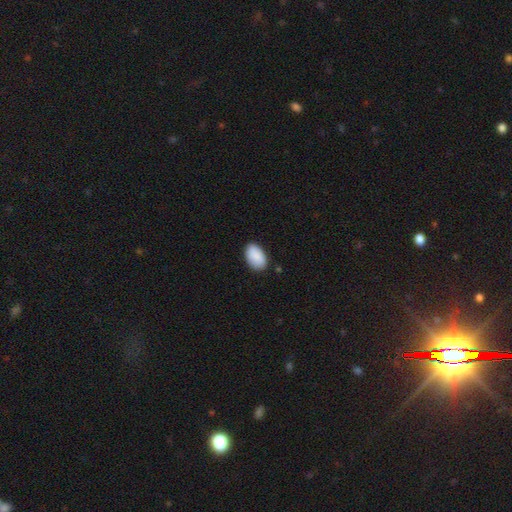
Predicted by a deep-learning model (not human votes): The model was most divided on "merging": none: 83%, minor disturbance: 13%, major disturbance: 2%, merger: 1%. More confident: how rounded — in between (93%); smooth or featured — smooth (89%).